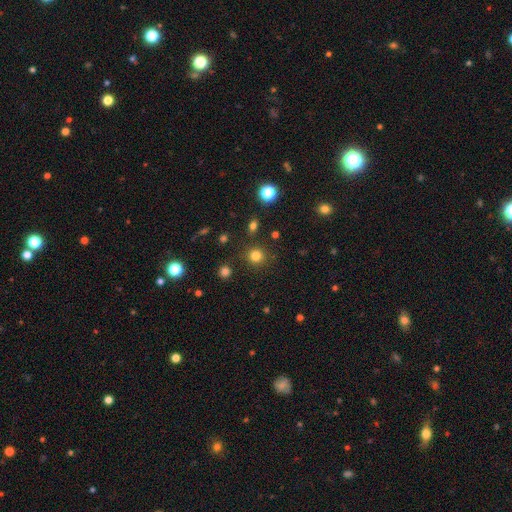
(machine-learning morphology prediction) This is clearly a smooth galaxy (80%). How rounded: clearly round (92%). Merging: clearly none (88%).